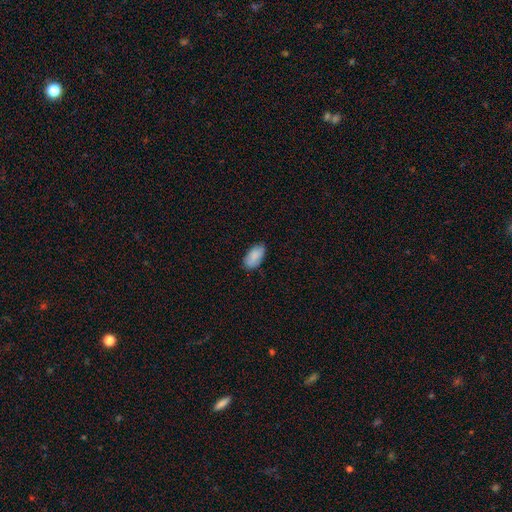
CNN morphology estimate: Smooth or featured?
  - smooth: 88% *
  - star or artifact: 6%
  - featured or disk: 6%
How rounded?
  - in between: 94% *
  - round: 3%
  - cigar-shaped: 3%
Merging?
  - none: 80% *
  - minor disturbance: 17%
  - major disturbance: 3%
  - merger: 1%